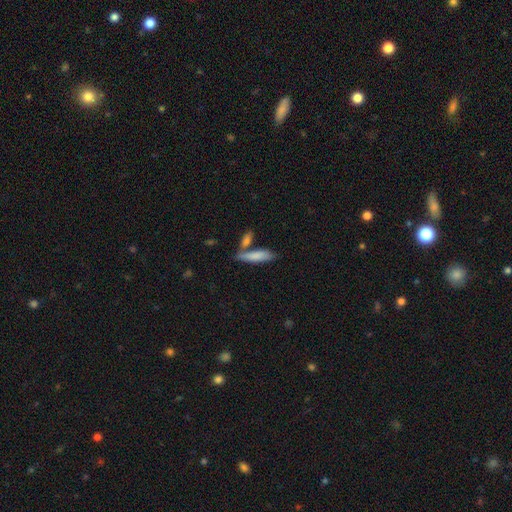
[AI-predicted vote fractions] A smooth galaxy with no disk features (80%) that is cigar-shaped (65%). Merging: none (58%).